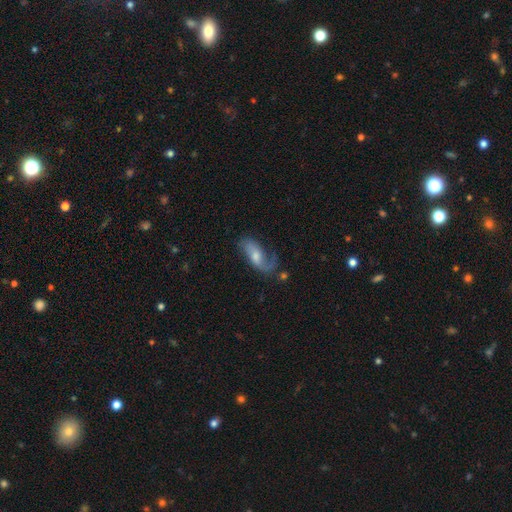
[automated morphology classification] Smooth or featured?
  - featured or disk: 66% *
  - smooth: 26%
  - star or artifact: 7%
Edge-on disk?
  - no: 93% *
  - yes: 7%
Bar?
  - no: 53% *
  - weak: 37%
  - strong: 11%
Spiral arms?
  - yes: 89% *
  - no: 11%
Spiral winding?
  - loose: 56% *
  - medium: 32%
  - tight: 12%
Spiral arm count?
  - 2: 57% *
  - 1: 33%
  - can't tell: 7%
  - 3: 1%
  - 4: 1%
  - more than 4: 1%
Bulge size?
  - moderate: 53% *
  - small: 33%
  - large: 8%
  - none: 5%
  - dominant: 1%
Merging?
  - none: 49% *
  - minor disturbance: 24%
  - major disturbance: 23%
  - merger: 4%